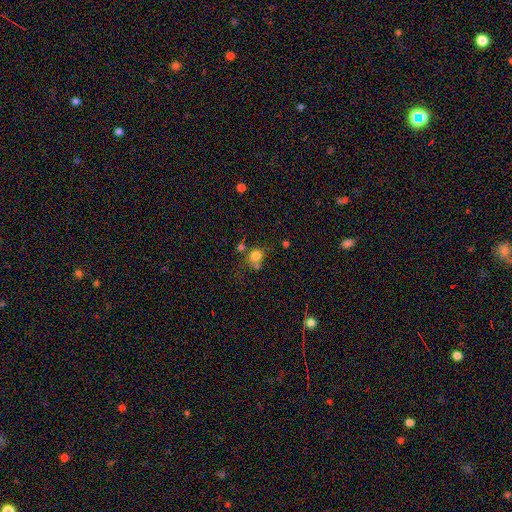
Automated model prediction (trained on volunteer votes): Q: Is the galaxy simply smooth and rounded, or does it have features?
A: smooth — 77%.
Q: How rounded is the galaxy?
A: round — 75%.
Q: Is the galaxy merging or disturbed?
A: none — 46%.